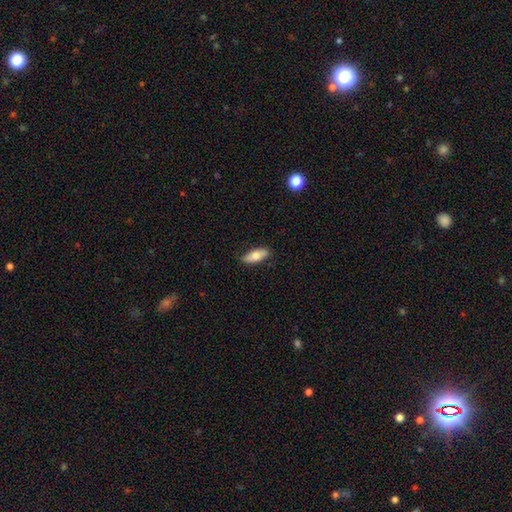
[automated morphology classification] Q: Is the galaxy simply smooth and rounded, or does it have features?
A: smooth — 72%.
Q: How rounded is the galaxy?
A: in between — 76%.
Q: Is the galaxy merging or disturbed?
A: none — 85%.